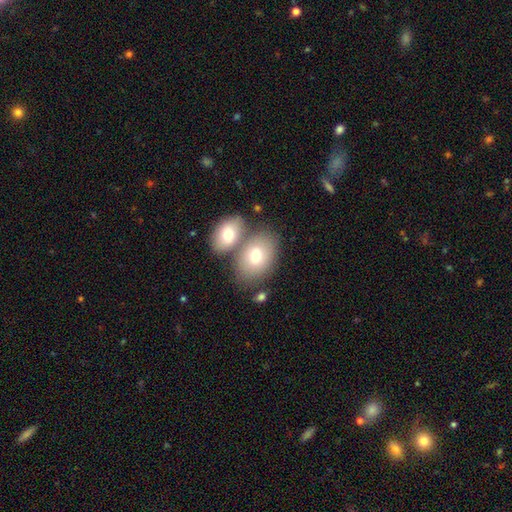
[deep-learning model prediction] A smooth galaxy with no disk features (73%) that is in between round and cigar-shaped (84%). Merging: none (53%).